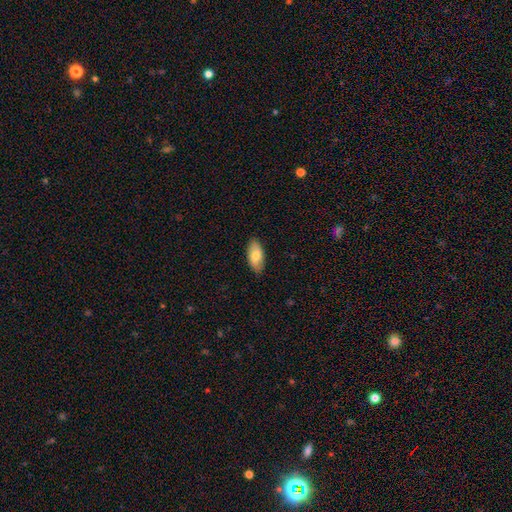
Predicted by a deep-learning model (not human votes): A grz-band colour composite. It shows a smooth galaxy with no disk features (74%) that is in between round and cigar-shaped (92%). Merging: none (87%).